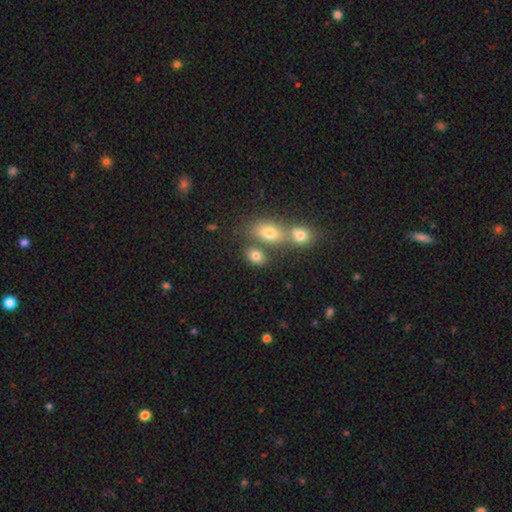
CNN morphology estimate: This is likely a smooth galaxy (78%). How rounded: likely in between (75%). Merging: possibly none (54%).